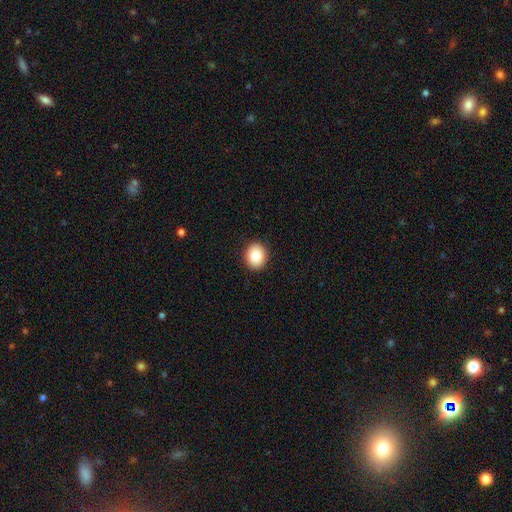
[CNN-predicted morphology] This appears to be a smooth galaxy with no disk features (84%) that is round (71%). Merging: none (92%).